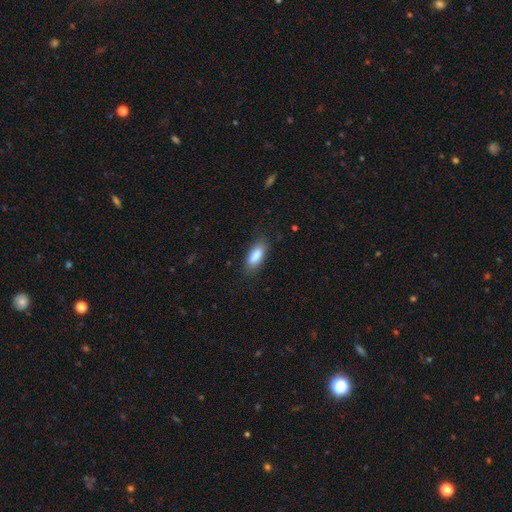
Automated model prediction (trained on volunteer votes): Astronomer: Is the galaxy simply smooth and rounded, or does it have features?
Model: smooth — 85%.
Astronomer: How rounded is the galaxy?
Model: in between — 74%.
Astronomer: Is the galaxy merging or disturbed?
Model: none — 77%.